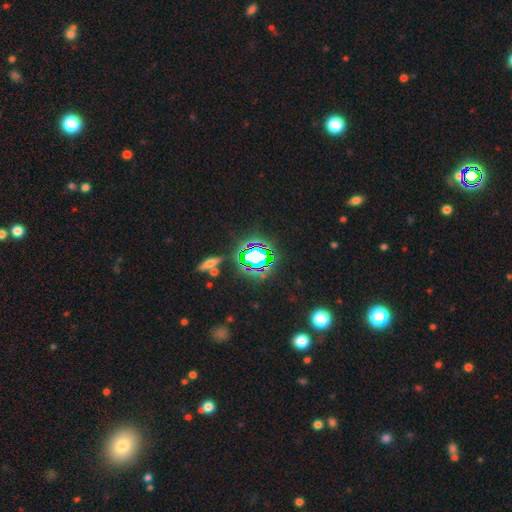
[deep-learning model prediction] A star or artifact, not a galaxy (66%).

Vote fractions:
- Smooth or featured? star or artifact: 66% / smooth: 19% / featured or disk: 14%